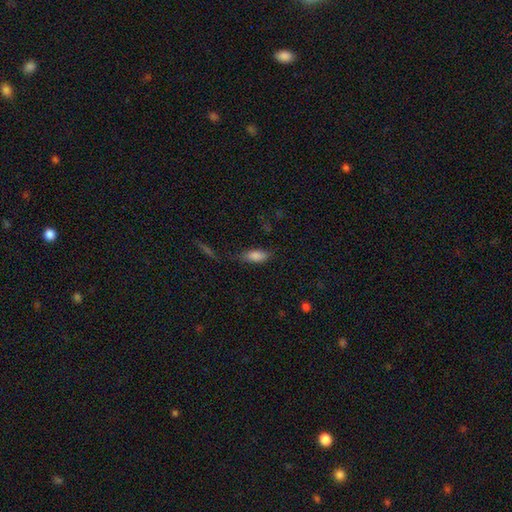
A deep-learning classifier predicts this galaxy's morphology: smooth 83%, star or artifact 9%, featured or disk 8%. Down the decision tree: how rounded — in between (80%); merging — none (66%).